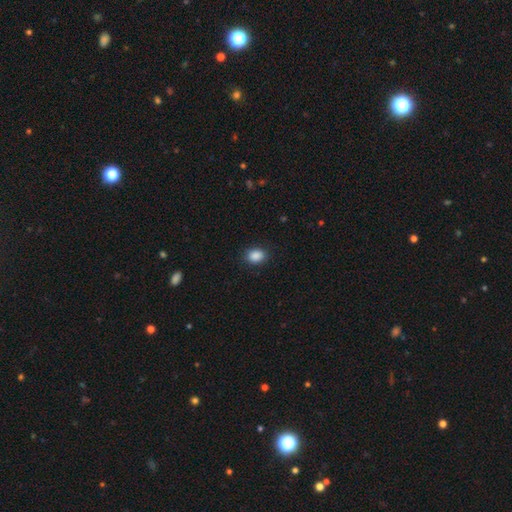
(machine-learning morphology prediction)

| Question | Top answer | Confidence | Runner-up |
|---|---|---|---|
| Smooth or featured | smooth | 88% | star or artifact (9%) |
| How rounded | in between | 68% | round (31%) |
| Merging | none | 88% | minor disturbance (9%) |